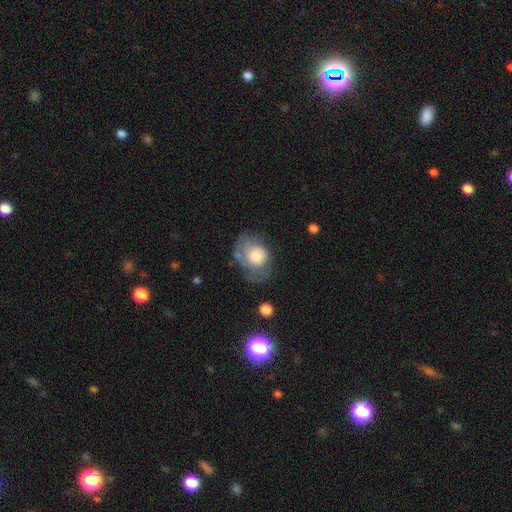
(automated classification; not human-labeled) smooth_or_featured: featured or disk (p=0.48) [alt: smooth p=0.45]
merging: none (p=0.45) [alt: minor disturbance p=0.27]